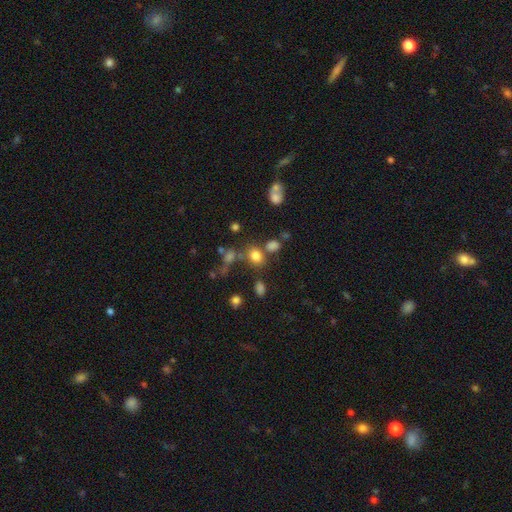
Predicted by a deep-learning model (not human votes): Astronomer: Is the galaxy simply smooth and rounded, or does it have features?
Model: smooth — 76%.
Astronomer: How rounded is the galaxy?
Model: round — 55% (runner-up: in between, 44%).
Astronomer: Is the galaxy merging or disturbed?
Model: none — 64%.